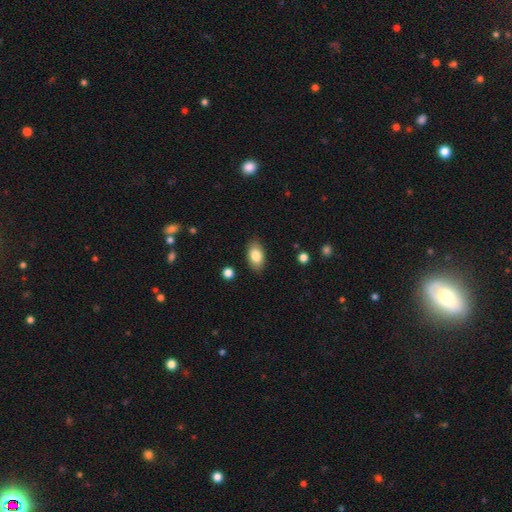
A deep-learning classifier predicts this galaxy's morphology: type=smooth (83%); roundness=in between (92%); merging=none (87%).